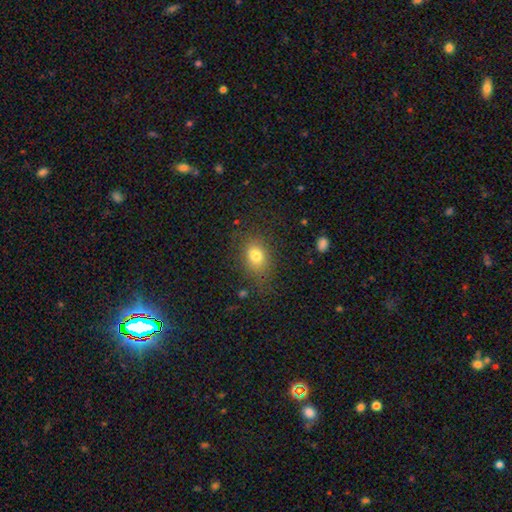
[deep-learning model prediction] Morphology: type=smooth (77%); roundness=in between (63%); merging=none (73%).